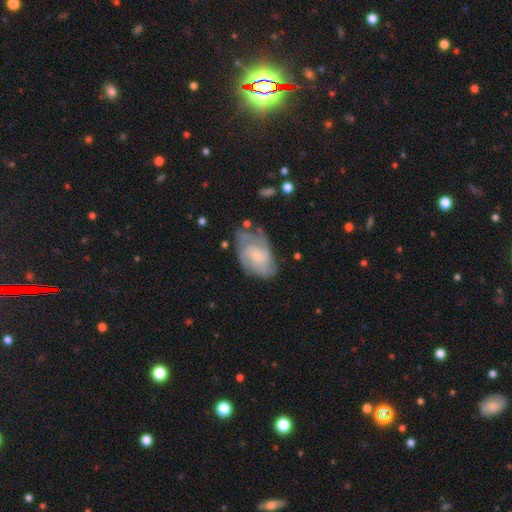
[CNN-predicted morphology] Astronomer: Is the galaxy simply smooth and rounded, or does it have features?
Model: featured or disk — 75%.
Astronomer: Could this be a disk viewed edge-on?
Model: no — 97%.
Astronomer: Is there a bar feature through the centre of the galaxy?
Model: no — 70%.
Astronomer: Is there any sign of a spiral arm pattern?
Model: yes — 89%.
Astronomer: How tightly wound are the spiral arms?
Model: tight — 47% (runner-up: medium, 39%).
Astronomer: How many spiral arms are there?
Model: can't tell — 36% (runner-up: 3, 23%).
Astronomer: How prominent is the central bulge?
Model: small — 67%.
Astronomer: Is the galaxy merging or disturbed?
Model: none — 51% (runner-up: minor disturbance, 29%).